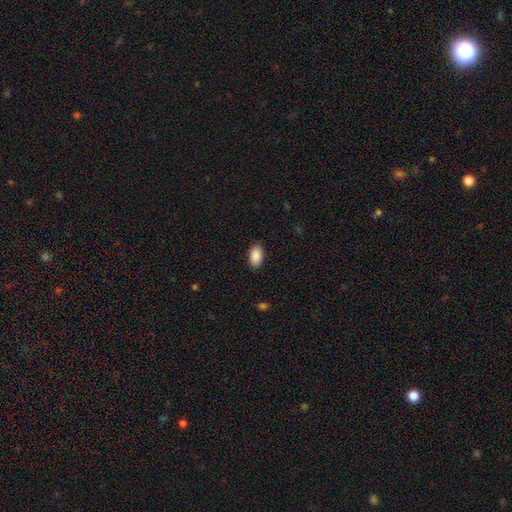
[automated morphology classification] Smooth or featured?
  - smooth: 90% *
  - star or artifact: 7%
  - featured or disk: 3%
How rounded?
  - in between: 95% *
  - round: 4%
  - cigar-shaped: 2%
Merging?
  - none: 88% *
  - minor disturbance: 9%
  - major disturbance: 2%
  - merger: 1%